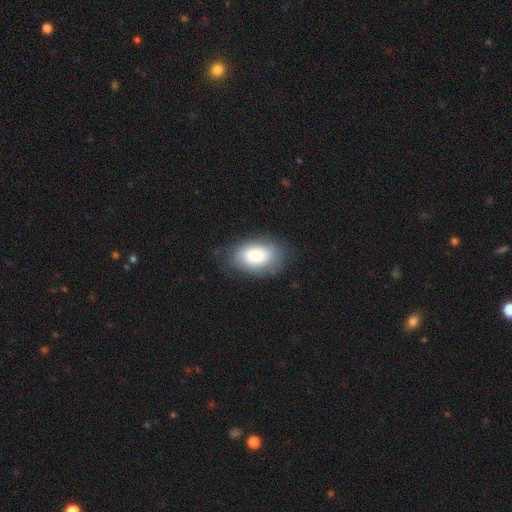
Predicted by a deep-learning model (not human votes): smooth_or_featured: smooth (p=0.82) [alt: featured or disk p=0.11]
how_rounded: in between (p=0.89) [alt: round p=0.10]
merging: none (p=0.74) [alt: minor disturbance p=0.18]